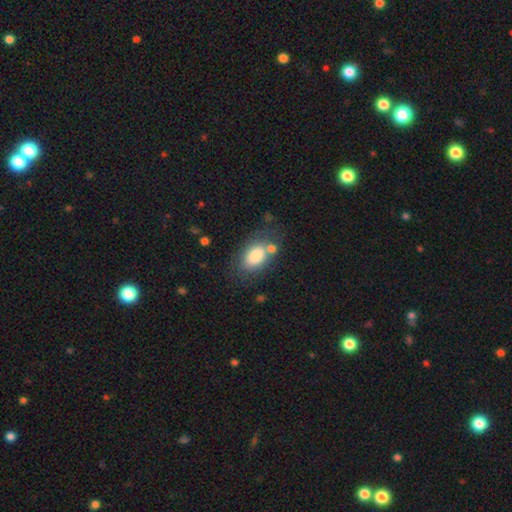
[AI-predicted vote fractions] Q: Smooth or featured?
A: smooth (82%); runner-up: featured or disk (10%)
Q: How rounded?
A: in between (88%); runner-up: round (10%)
Q: Merging?
A: none (60%); runner-up: minor disturbance (19%)